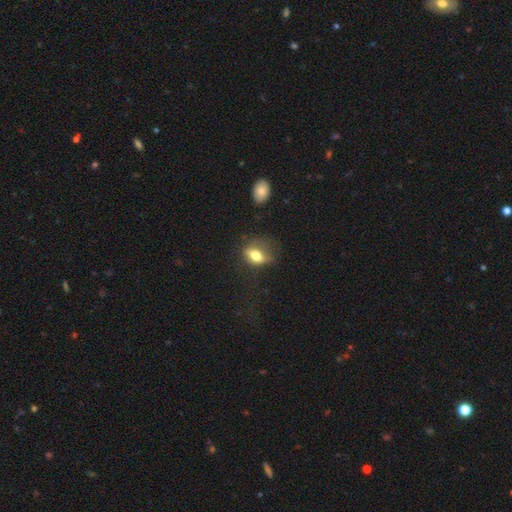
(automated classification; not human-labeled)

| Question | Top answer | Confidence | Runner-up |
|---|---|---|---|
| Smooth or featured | smooth | 66% | featured or disk (25%) |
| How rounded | in between | 75% | round (18%) |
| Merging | none | 53% | minor disturbance (24%) |